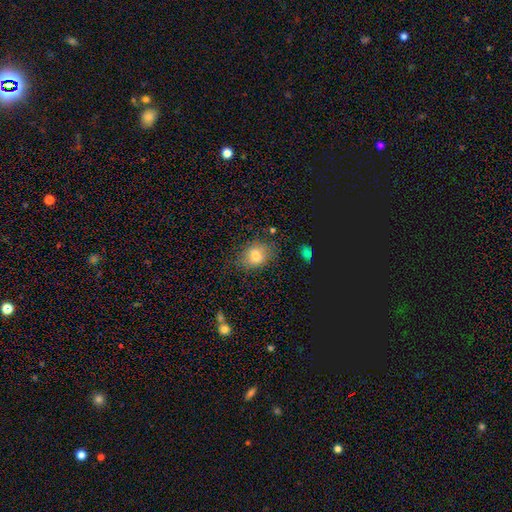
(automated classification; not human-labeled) Smooth or featured? Predicted: smooth (p=0.77). How rounded? Predicted: in between (p=0.57). Merging? Predicted: none (p=0.75).